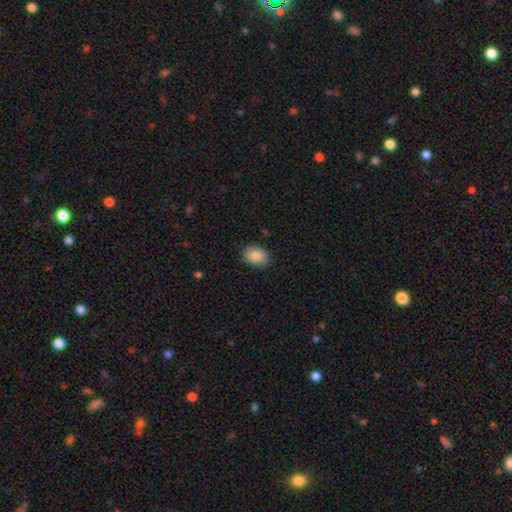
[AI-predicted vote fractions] smooth-or-featured: smooth: 87% | star or artifact: 7% | featured or disk: 5%
  how-rounded: in between: 72% | round: 27% | cigar-shaped: 1%
  merging: none: 86% | minor disturbance: 11% | major disturbance: 2% | merger: 1%